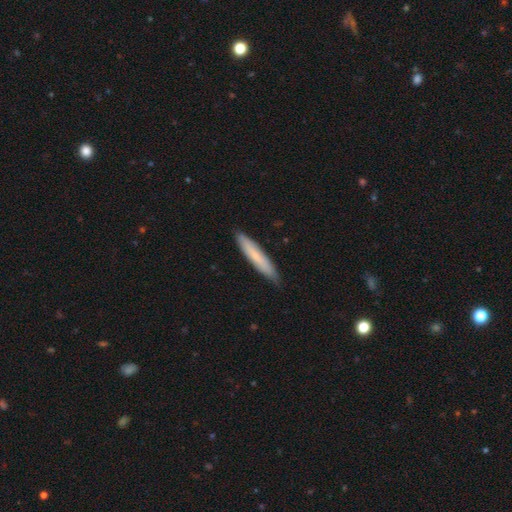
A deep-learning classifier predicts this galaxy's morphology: Q: Smooth or featured?
A: smooth (71%); runner-up: featured or disk (23%)
Q: How rounded?
A: cigar-shaped (91%); runner-up: in between (8%)
Q: Merging?
A: none (86%); runner-up: minor disturbance (11%)